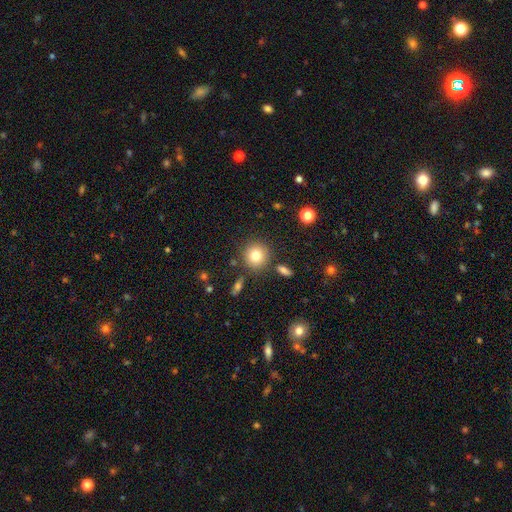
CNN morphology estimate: smooth_or_featured: smooth (p=0.79) [alt: star or artifact p=0.11]
how_rounded: round (p=0.92) [alt: in between p=0.07]
merging: none (p=0.84) [alt: minor disturbance p=0.08]